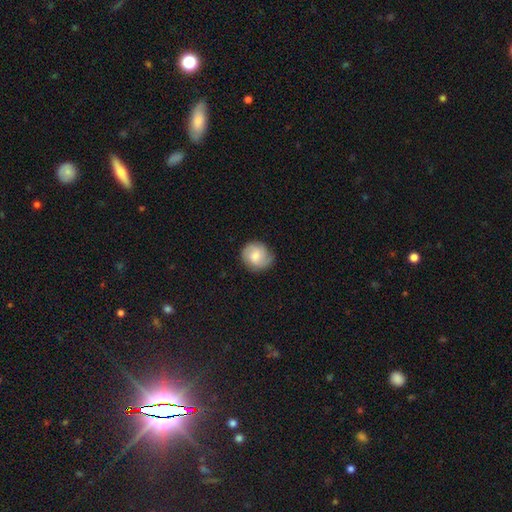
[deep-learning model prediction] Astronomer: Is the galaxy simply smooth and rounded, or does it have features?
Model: smooth — 51% (runner-up: featured or disk, 42%).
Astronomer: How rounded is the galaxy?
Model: round — 82%.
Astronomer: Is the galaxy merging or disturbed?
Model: none — 77%.